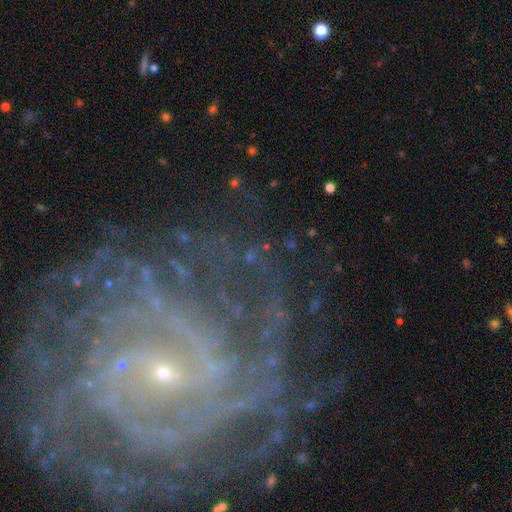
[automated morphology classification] smooth-or-featured: featured or disk: 71% | star or artifact: 19% | smooth: 10%
  disk-edge-on: no: 95% | yes: 5%
    bar: no: 46% | weak: 30% | strong: 24%
    has-spiral-arms: yes: 89% | no: 11%
      spiral-winding: tight: 64% | medium: 26% | loose: 10%
      spiral-arm-count: can't tell: 31% | 2: 18% | 3: 15% | 4: 13% | more than 4: 13% | 1: 10%
    bulge-size: small: 71% | moderate: 16% | none: 8% | large: 2% | dominant: 2%
  merging: none: 69% | minor disturbance: 15% | major disturbance: 13% | merger: 3%